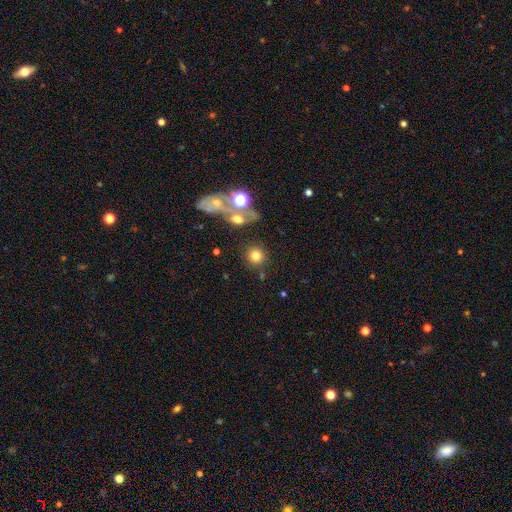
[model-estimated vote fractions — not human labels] Smooth or featured: smooth — 74% (star or artifact — 15%)
How rounded: round — 92% (in between — 7%)
Merging: none — 77% (merger — 9%)